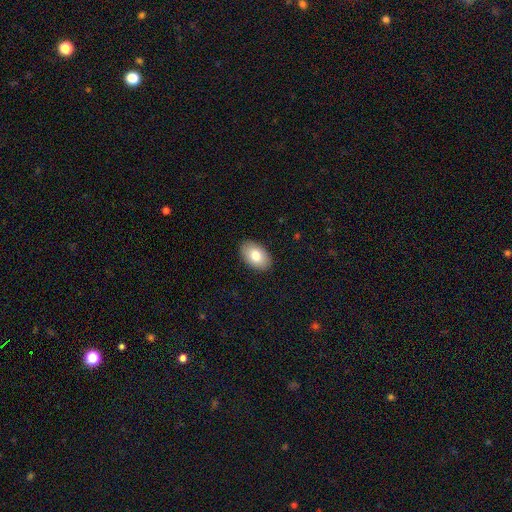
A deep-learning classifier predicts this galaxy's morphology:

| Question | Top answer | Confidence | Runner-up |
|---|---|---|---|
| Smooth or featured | smooth | 80% | featured or disk (13%) |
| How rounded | in between | 92% | round (7%) |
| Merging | none | 90% | minor disturbance (8%) |